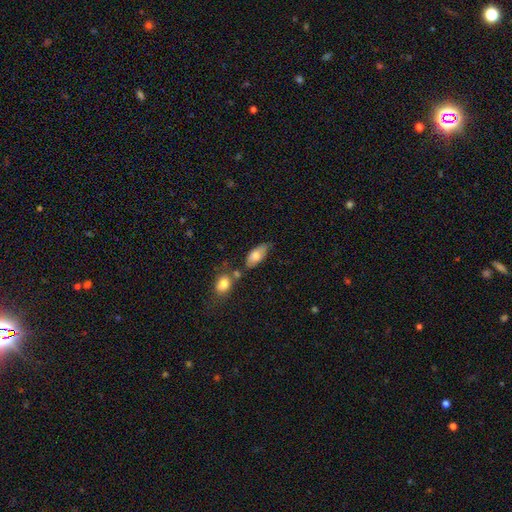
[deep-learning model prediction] This is likely a smooth galaxy (72%). How rounded: clearly in between (87%). Merging: possibly none (58%).